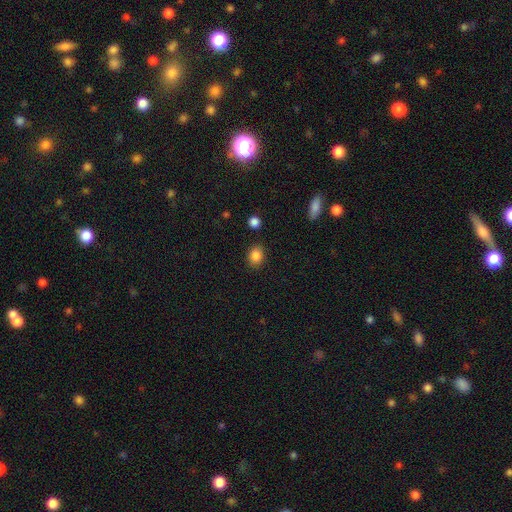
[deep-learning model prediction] Smooth or featured? Predicted: smooth (p=0.86). How rounded? Predicted: round (p=0.51). Merging? Predicted: none (p=0.86).